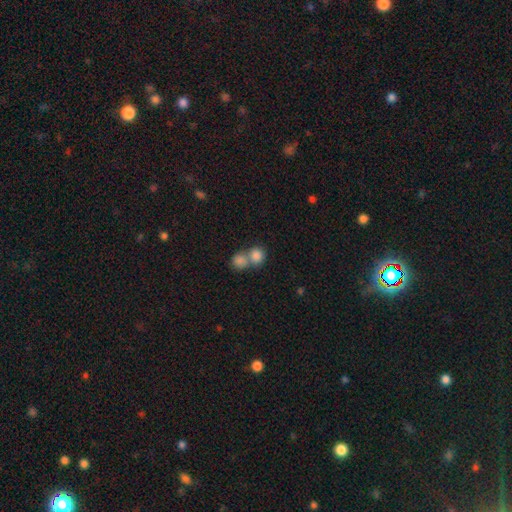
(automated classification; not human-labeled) Smooth or featured? Predicted: smooth (p=0.84). How rounded? Predicted: round (p=0.82). Merging? Predicted: merger (p=0.59).